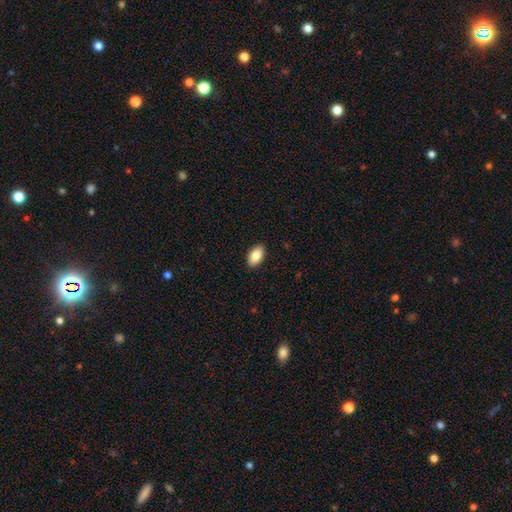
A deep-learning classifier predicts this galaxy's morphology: A smooth galaxy with no disk features (86%) that is in between round and cigar-shaped (94%).

Vote fractions:
- Smooth or featured? smooth: 86% / featured or disk: 7% / star or artifact: 7%
- How rounded? in between: 94% / round: 4% / cigar-shaped: 2%
- Merging? none: 90% / minor disturbance: 7% / major disturbance: 2% / merger: 1%